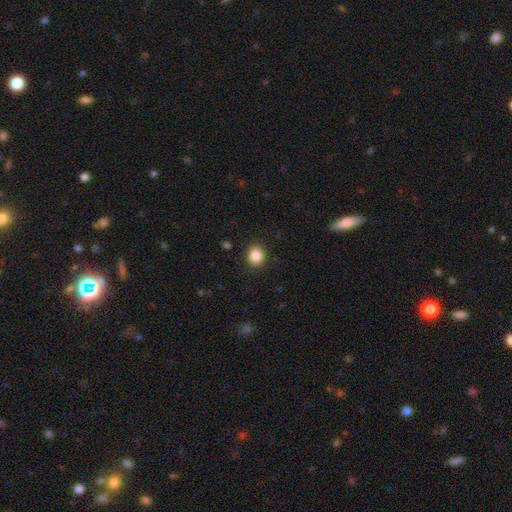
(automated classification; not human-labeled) Smooth or featured: smooth — 86% (star or artifact — 10%)
How rounded: round — 77% (in between — 22%)
Merging: none — 90% (minor disturbance — 7%)